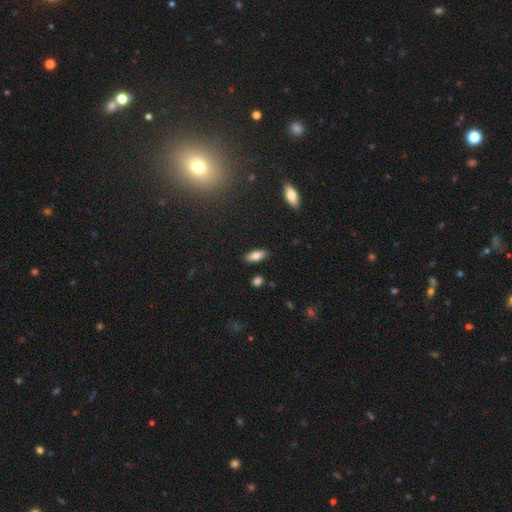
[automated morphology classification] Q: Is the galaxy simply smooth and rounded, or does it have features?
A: smooth — 81%.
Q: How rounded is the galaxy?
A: in between — 80%.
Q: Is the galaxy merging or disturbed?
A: none — 87%.